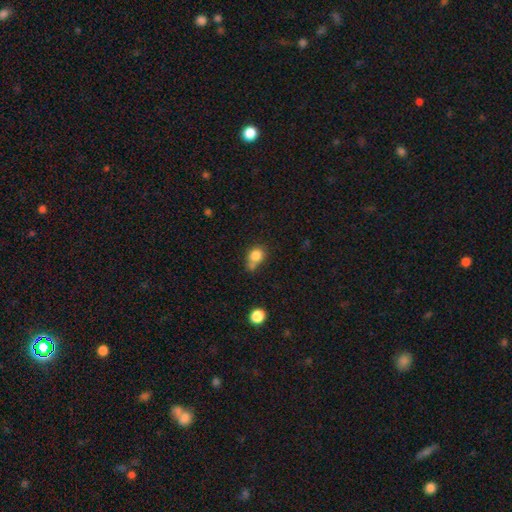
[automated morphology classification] Smooth or featured: smooth — 81% (star or artifact — 11%)
How rounded: round — 67% (in between — 32%)
Merging: none — 47% (merger — 27%)